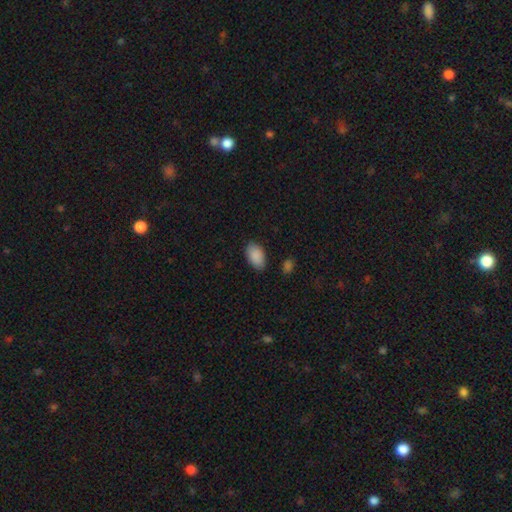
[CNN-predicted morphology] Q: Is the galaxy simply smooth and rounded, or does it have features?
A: smooth — 90%.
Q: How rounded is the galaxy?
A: in between — 94%.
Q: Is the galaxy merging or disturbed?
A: none — 84%.